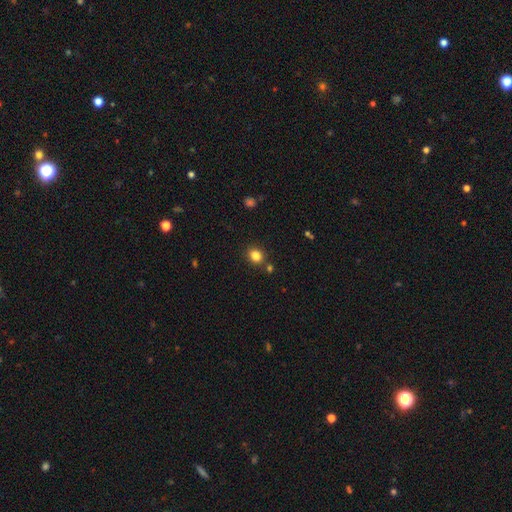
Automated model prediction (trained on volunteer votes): Morphology: type=smooth (83%); roundness=round (70%); merging=none (82%).